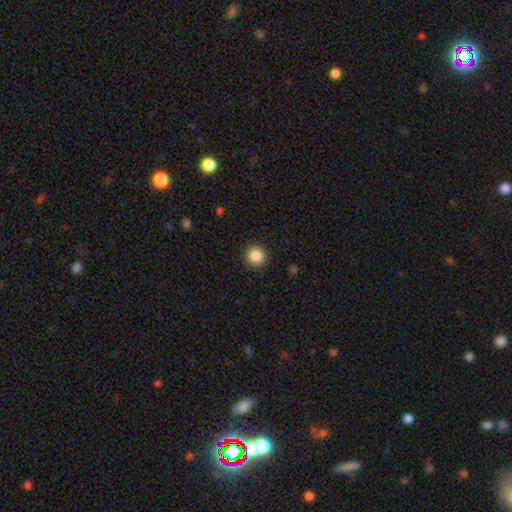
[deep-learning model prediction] This appears to be a smooth galaxy with no disk features (87%) that is round (95%). Merging: none (92%).